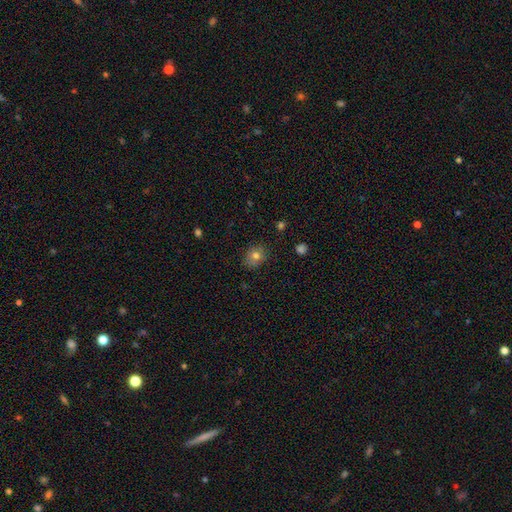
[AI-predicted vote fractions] Morphology: type=smooth (77%); roundness=round (57%); merging=none (80%).